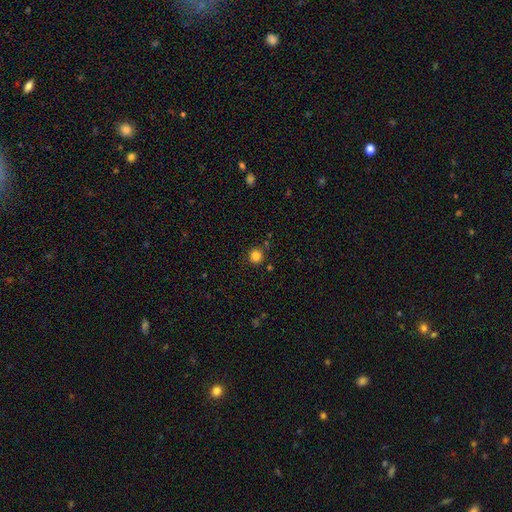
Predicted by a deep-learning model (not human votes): smooth-or-featured: smooth: 83% | star or artifact: 13% | featured or disk: 4%
  how-rounded: round: 94% | in between: 5% | cigar-shaped: 1%
  merging: none: 88% | minor disturbance: 7% | merger: 3% | major disturbance: 2%